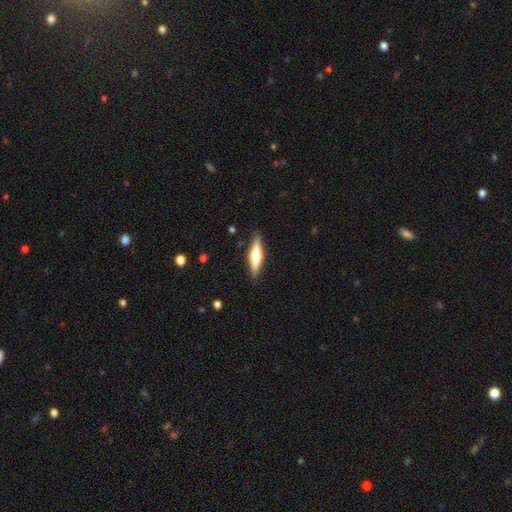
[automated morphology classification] Q: Smooth or featured?
A: featured or disk (55%); runner-up: smooth (39%)
Q: Edge-on disk?
A: yes (95%); runner-up: no (5%)
Q: Edge-on bulge?
A: rounded (90%); runner-up: boxy (6%)
Q: Merging?
A: none (89%); runner-up: minor disturbance (8%)